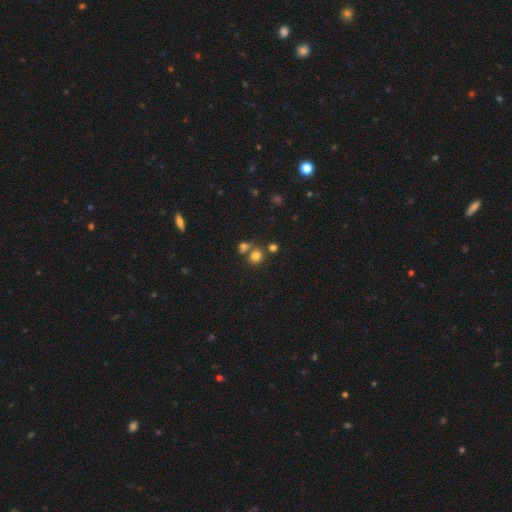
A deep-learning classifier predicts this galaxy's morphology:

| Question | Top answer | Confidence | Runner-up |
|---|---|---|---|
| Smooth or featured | smooth | 76% | star or artifact (16%) |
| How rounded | round | 77% | in between (22%) |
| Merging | none | 58% | merger (29%) |